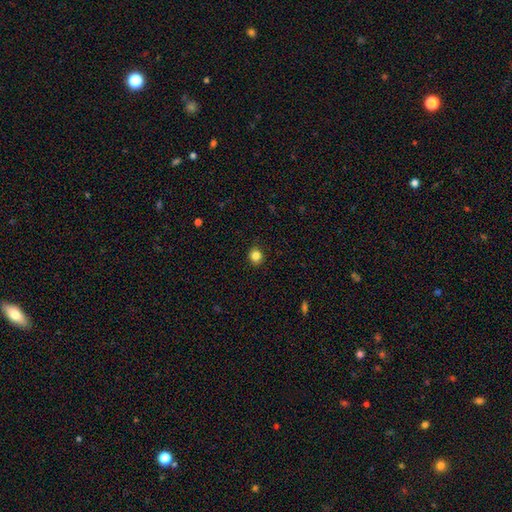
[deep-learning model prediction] smooth-or-featured: smooth: 85% | star or artifact: 11% | featured or disk: 4%
  how-rounded: round: 83% | in between: 16% | cigar-shaped: 1%
  merging: none: 90% | minor disturbance: 7% | major disturbance: 2% | merger: 1%